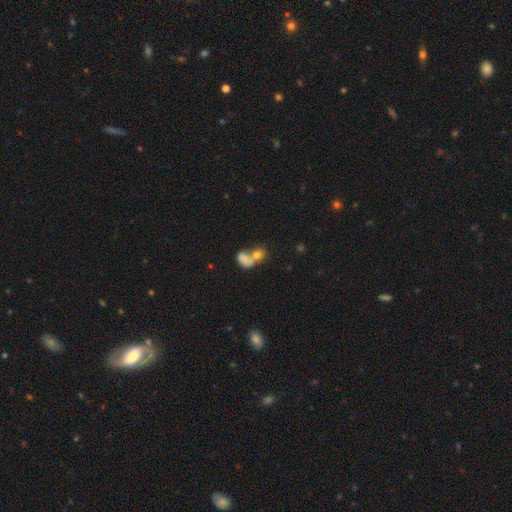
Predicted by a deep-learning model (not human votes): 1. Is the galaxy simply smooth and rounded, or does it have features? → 69% smooth, 16% featured or disk, 15% star or artifact.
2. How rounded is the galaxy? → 60% in between, 38% round, 3% cigar-shaped.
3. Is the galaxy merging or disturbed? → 61% merger, 25% none, 8% minor disturbance, 6% major disturbance.